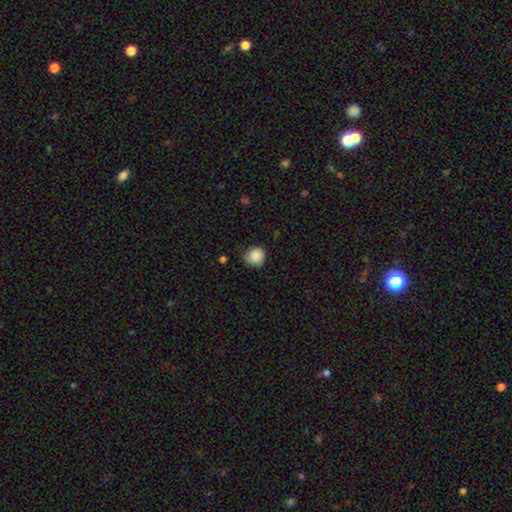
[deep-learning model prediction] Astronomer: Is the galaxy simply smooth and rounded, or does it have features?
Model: smooth — 87%.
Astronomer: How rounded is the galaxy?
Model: round — 88%.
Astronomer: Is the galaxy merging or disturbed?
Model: none — 68%.